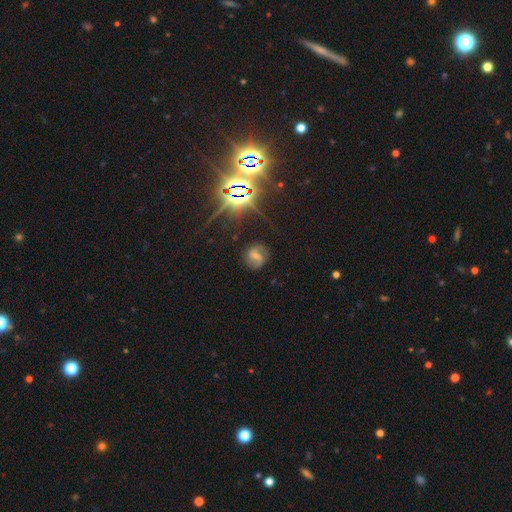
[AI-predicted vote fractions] Overall: featured or disk (51%; smooth 29%). Edge-on disk: no (95%). Merging: none (78%).